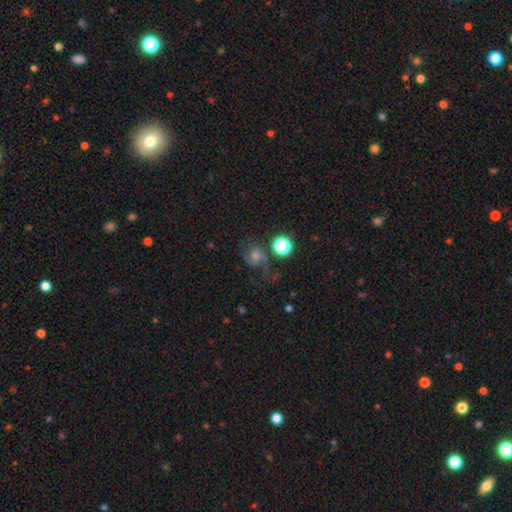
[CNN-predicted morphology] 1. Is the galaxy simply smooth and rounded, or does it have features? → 48% featured or disk, 30% smooth, 22% star or artifact.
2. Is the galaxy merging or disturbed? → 56% none, 19% major disturbance, 19% minor disturbance, 5% merger.